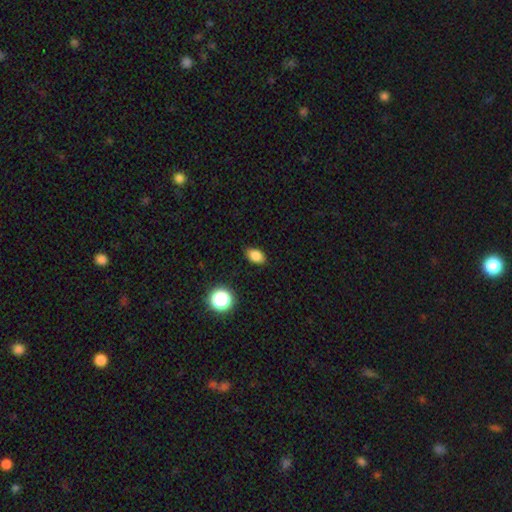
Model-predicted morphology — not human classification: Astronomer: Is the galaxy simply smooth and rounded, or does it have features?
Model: smooth — 83%.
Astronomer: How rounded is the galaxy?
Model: in between — 84%.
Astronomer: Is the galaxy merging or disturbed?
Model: none — 88%.